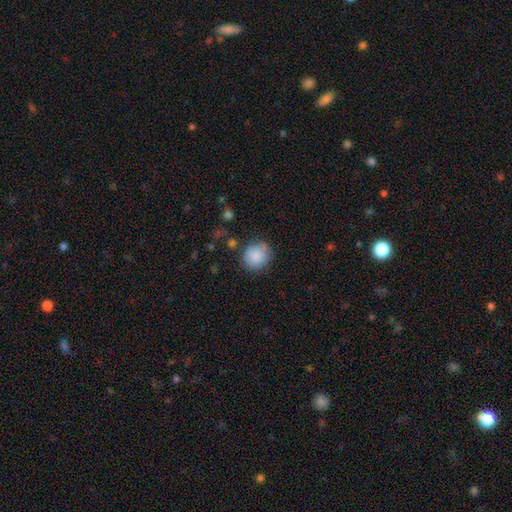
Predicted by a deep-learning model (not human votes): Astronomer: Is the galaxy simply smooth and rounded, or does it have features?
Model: smooth — 87%.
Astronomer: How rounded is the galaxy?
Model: round — 89%.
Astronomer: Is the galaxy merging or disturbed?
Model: none — 80%.